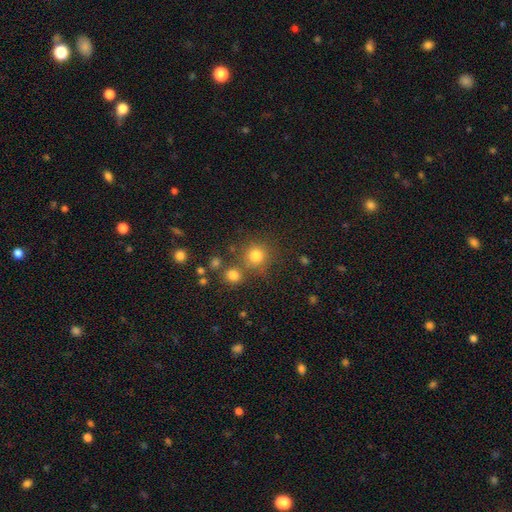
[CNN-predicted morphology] type=smooth (78%); roundness=round (92%); merging=none (72%).